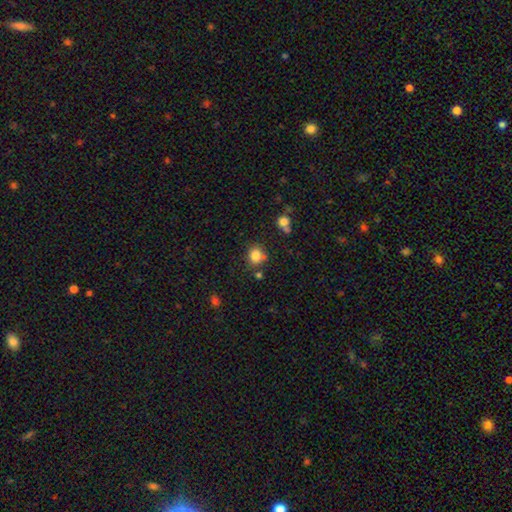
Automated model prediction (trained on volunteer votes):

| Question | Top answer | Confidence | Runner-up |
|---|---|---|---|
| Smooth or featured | smooth | 81% | star or artifact (12%) |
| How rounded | round | 77% | in between (22%) |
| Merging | none | 71% | minor disturbance (14%) |